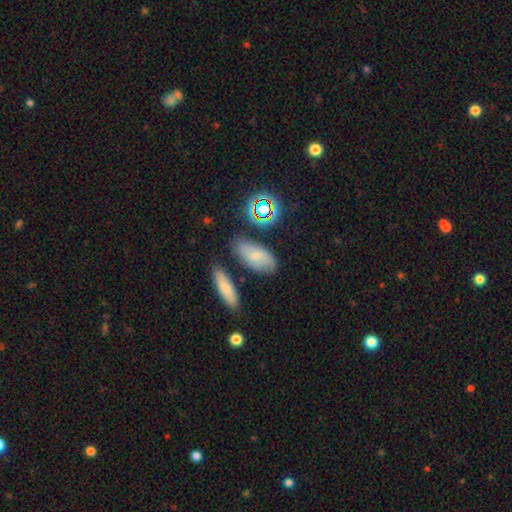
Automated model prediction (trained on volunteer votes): smooth 61%, featured or disk 26%, star or artifact 14%. Down the decision tree: how rounded — in between (88%); merging — none (73%).